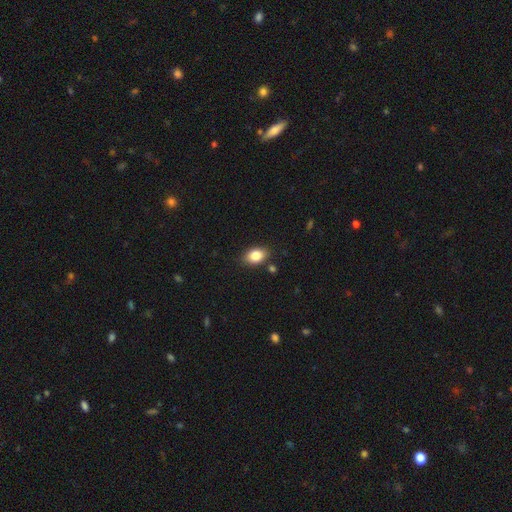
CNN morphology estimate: A smooth galaxy with no disk features (83%) that is in between round and cigar-shaped (84%). Merging: none (84%).